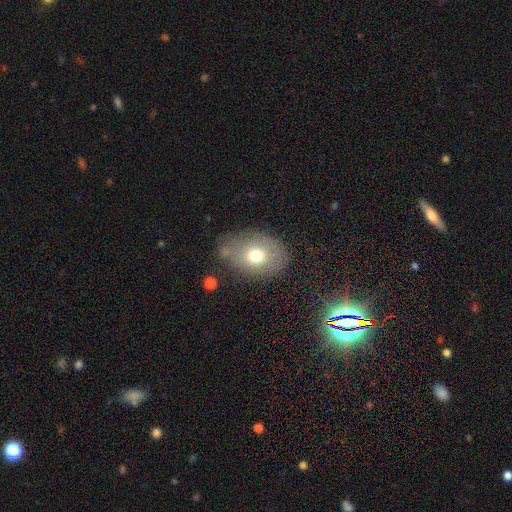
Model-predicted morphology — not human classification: This appears to be a smooth galaxy with no disk features (70%) that is in between round and cigar-shaped (73%). Merging: none (65%).